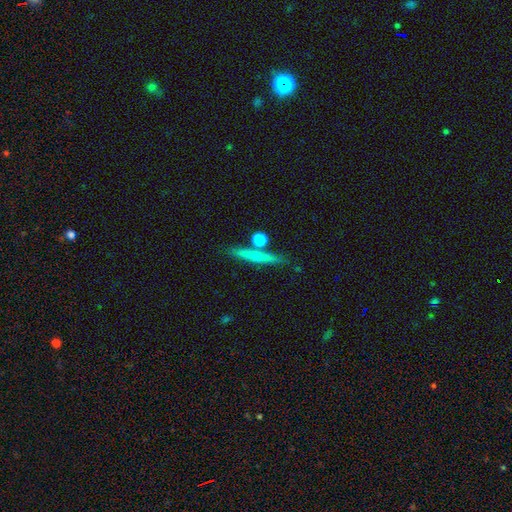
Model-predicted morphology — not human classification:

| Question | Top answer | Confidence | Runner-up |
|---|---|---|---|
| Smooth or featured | smooth | 60% | featured or disk (33%) |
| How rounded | cigar-shaped | 88% | round (6%) |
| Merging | none | 78% | minor disturbance (10%) |